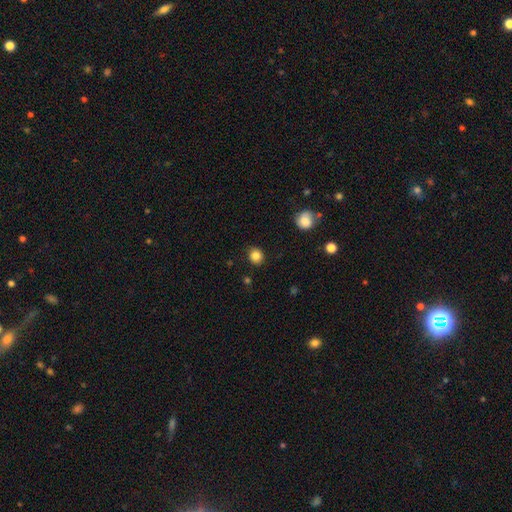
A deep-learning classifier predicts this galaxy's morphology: A smooth galaxy with no disk features (84%) that is round (82%). Merging: none (89%).